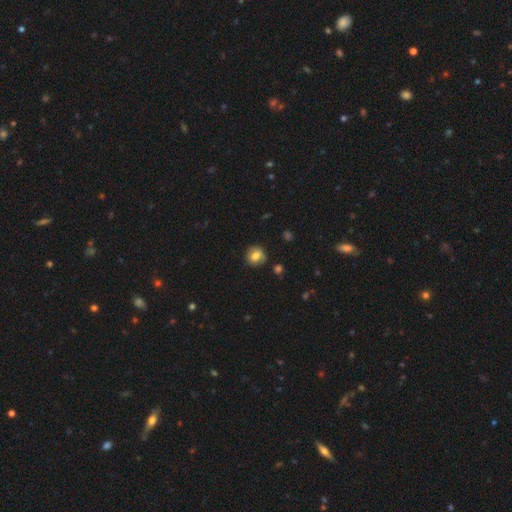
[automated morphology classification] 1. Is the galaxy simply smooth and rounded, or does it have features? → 73% smooth, 17% featured or disk, 9% star or artifact.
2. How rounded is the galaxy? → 83% round, 16% in between, 1% cigar-shaped.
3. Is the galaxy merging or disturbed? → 79% none, 15% minor disturbance, 4% major disturbance, 3% merger.